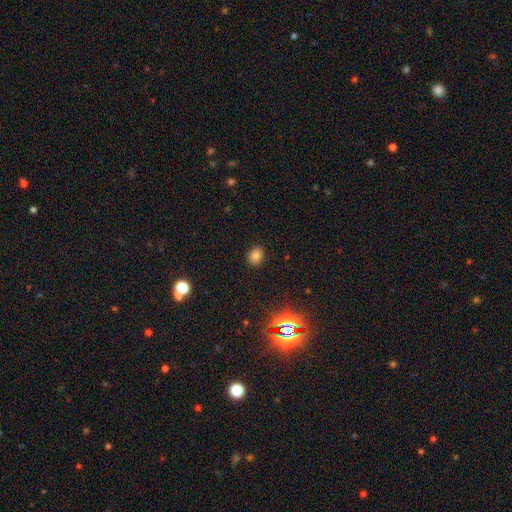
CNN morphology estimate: A smooth galaxy with no disk features (79%) that is round (51%).

Vote fractions:
- Smooth or featured? smooth: 79% / star or artifact: 15% / featured or disk: 6%
- How rounded? round: 51% / in between: 48% / cigar-shaped: 1%
- Merging? none: 88% / minor disturbance: 8% / major disturbance: 2% / merger: 1%